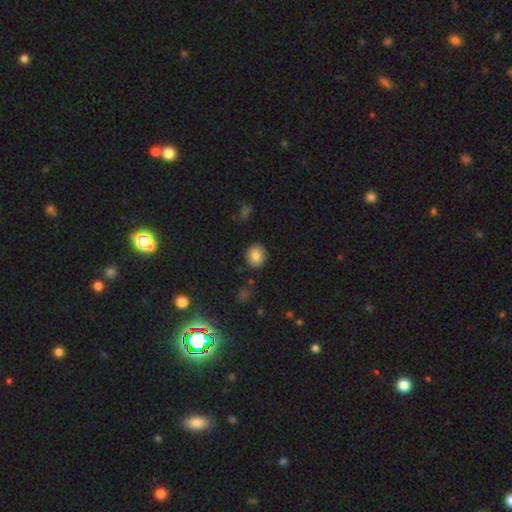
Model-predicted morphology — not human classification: Smooth or featured: smooth — 85% (star or artifact — 10%)
How rounded: round — 69% (in between — 30%)
Merging: none — 87% (minor disturbance — 9%)